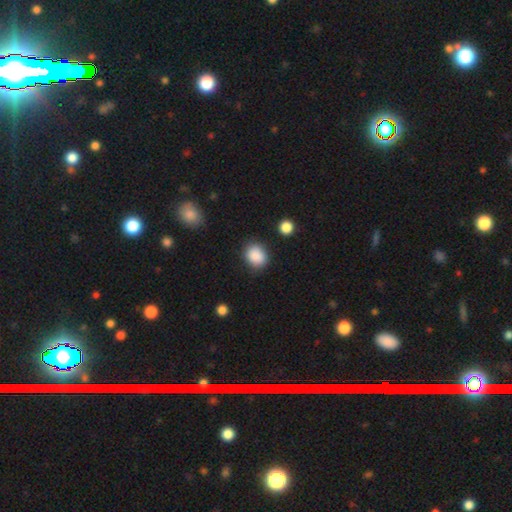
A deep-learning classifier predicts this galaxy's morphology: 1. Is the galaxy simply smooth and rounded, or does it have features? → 88% smooth, 8% star or artifact, 4% featured or disk.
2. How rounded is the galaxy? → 54% round, 45% in between, 1% cigar-shaped.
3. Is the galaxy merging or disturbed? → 82% none, 13% minor disturbance, 3% major disturbance, 2% merger.